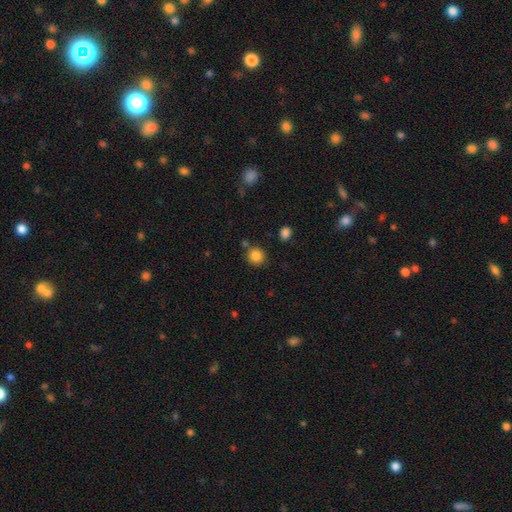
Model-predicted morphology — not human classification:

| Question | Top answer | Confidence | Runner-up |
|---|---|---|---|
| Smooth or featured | smooth | 84% | star or artifact (10%) |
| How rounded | round | 90% | in between (9%) |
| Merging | none | 82% | minor disturbance (9%) |